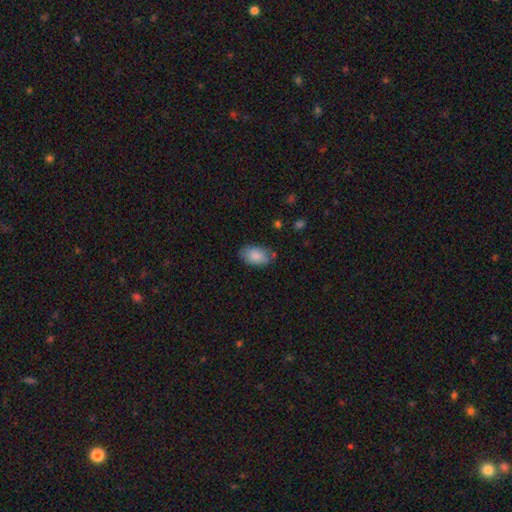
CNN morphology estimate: A smooth galaxy with no disk features (86%) that is in between round and cigar-shaped (93%). Merging: none (76%).